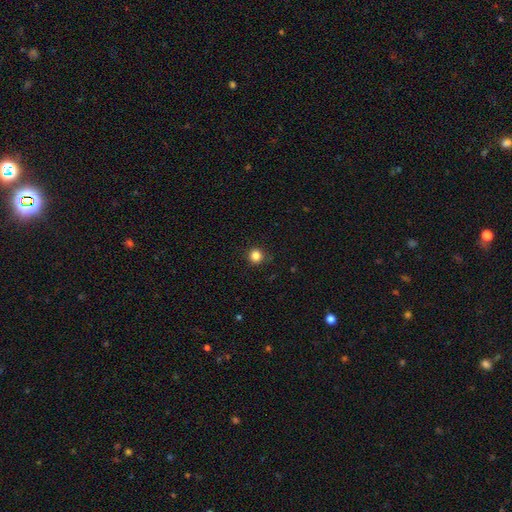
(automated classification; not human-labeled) A smooth galaxy with no disk features (84%) that is round (94%).

Vote fractions:
- Smooth or featured? smooth: 84% / star or artifact: 12% / featured or disk: 4%
- How rounded? round: 94% / in between: 5% / cigar-shaped: 1%
- Merging? none: 91% / minor disturbance: 6% / major disturbance: 2% / merger: 1%